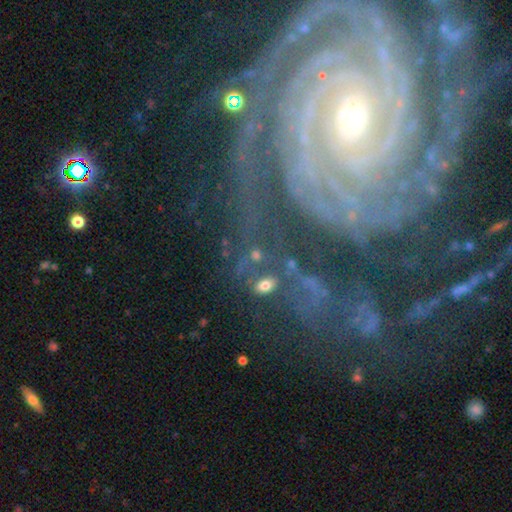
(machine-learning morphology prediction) smooth_or_featured: featured or disk (p=0.46) [alt: smooth p=0.28]
merging: none (p=0.60) [alt: minor disturbance p=0.17]